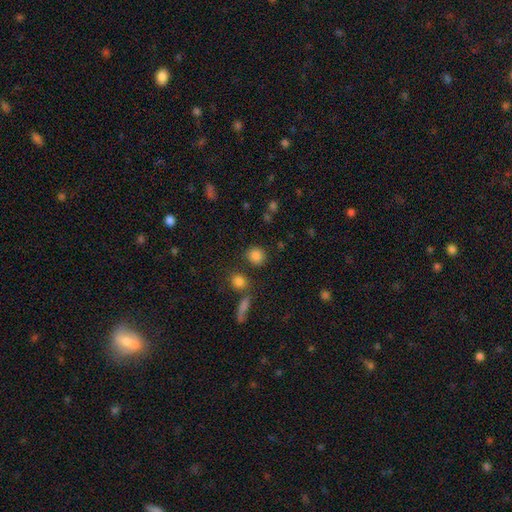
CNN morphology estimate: Smooth or featured? smooth (84%)
How rounded? round (83%)
Merging? none (79%)